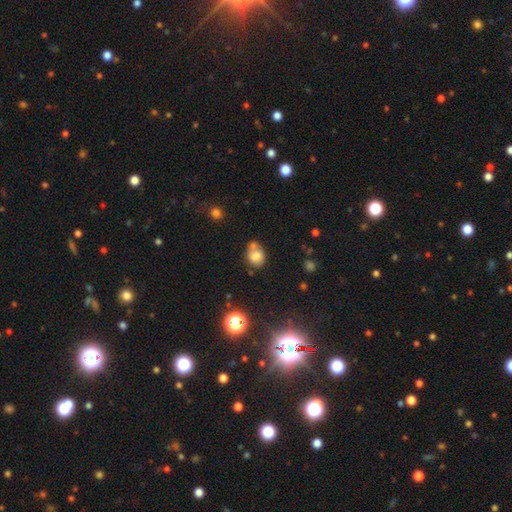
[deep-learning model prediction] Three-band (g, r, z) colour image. It shows a smooth galaxy with no disk features (73%) that is round (50%). Merging: none (44%).